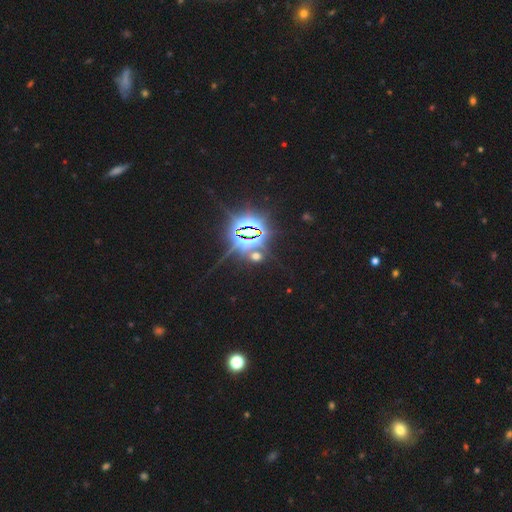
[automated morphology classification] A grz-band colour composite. It shows a star or artifact, not a galaxy (70%).